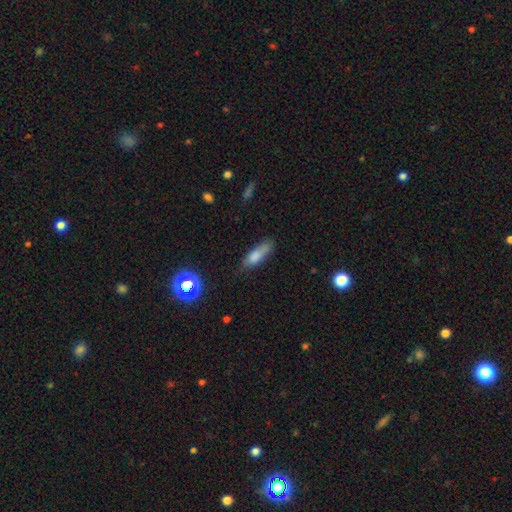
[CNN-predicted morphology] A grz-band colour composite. It shows a smooth galaxy with no disk features (77%) that is cigar-shaped (50%). Merging: none (60%).